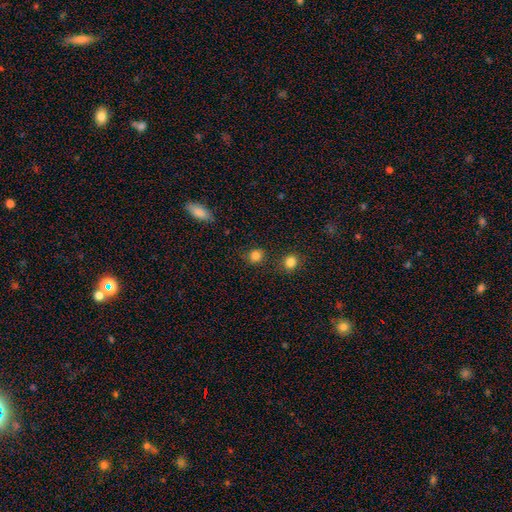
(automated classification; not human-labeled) Smooth or featured? smooth (83%)
How rounded? round (80%)
Merging? none (82%)